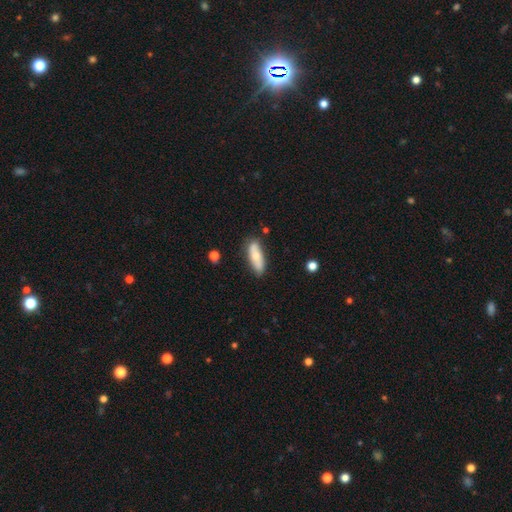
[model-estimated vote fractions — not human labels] Smooth or featured?
  - smooth: 60% *
  - featured or disk: 34%
  - star or artifact: 6%
How rounded?
  - in between: 61% *
  - cigar-shaped: 37%
  - round: 3%
Merging?
  - none: 78% *
  - minor disturbance: 16%
  - major disturbance: 3%
  - merger: 3%